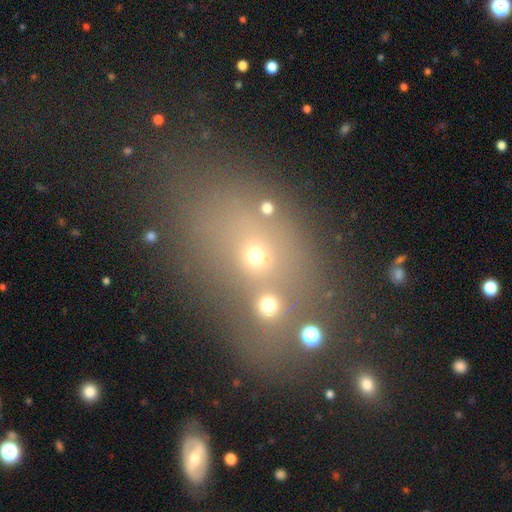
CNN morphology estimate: smooth_or_featured: smooth (p=0.41) [alt: star or artifact p=0.38]
merging: none (p=0.55) [alt: merger p=0.23]